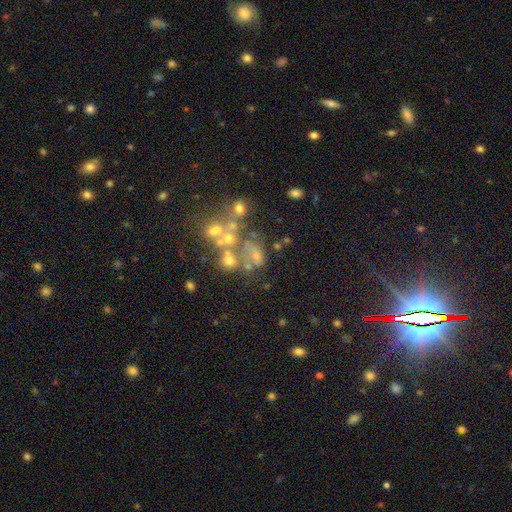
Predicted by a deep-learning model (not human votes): Smooth or featured? smooth (42%)
Merging? merger (39%)